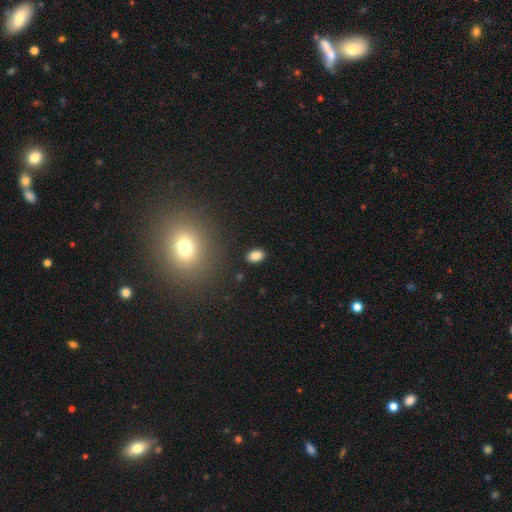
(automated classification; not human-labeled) A smooth galaxy with no disk features (84%) that is in between round and cigar-shaped (84%). Merging: none (88%).